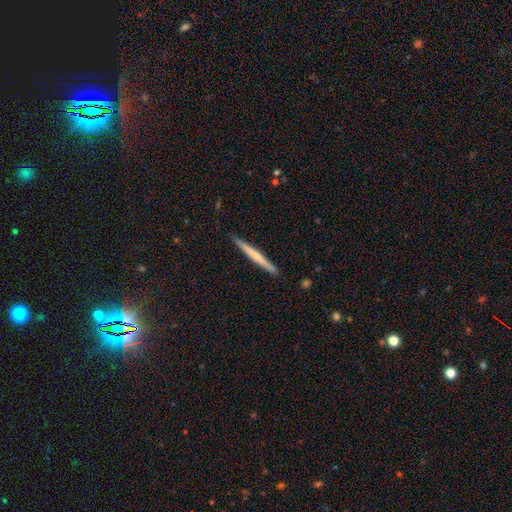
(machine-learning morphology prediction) A smooth galaxy with no disk features (50%) that is cigar-shaped (97%).

Vote fractions:
- Smooth or featured? smooth: 50% / featured or disk: 45% / star or artifact: 5%
- How rounded? cigar-shaped: 97% / in between: 2% / round: 1%
- Merging? none: 91% / minor disturbance: 6% / major disturbance: 1% / merger: 1%